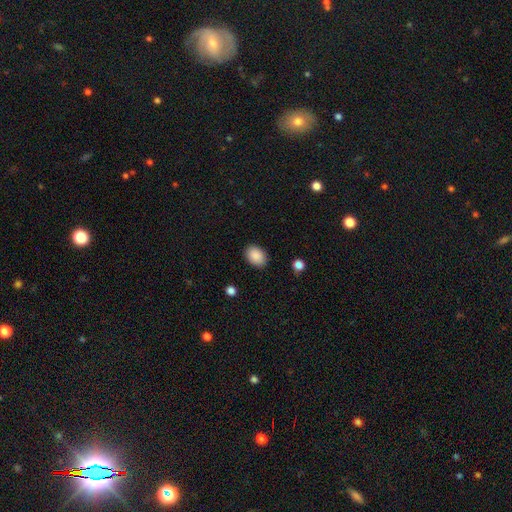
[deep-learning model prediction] This appears to be a smooth galaxy with no disk features (89%) that is in between round and cigar-shaped (77%). Merging: none (86%).